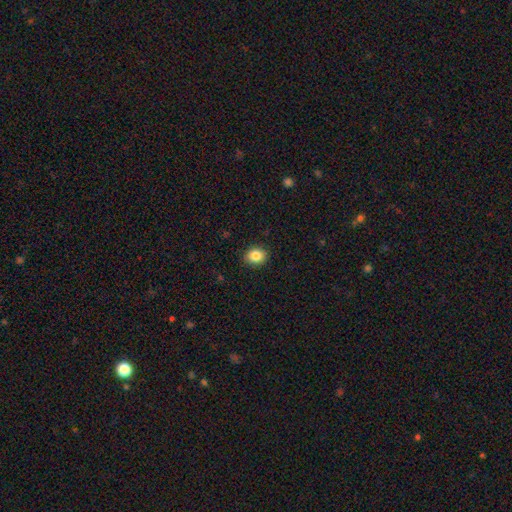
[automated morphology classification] type=smooth (85%); roundness=round (62%); merging=none (89%).